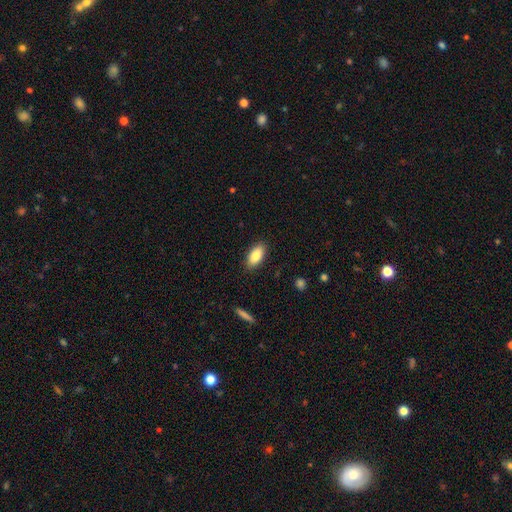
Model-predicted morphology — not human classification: A smooth galaxy with no disk features (84%) that is in between round and cigar-shaped (91%). Merging: none (88%).